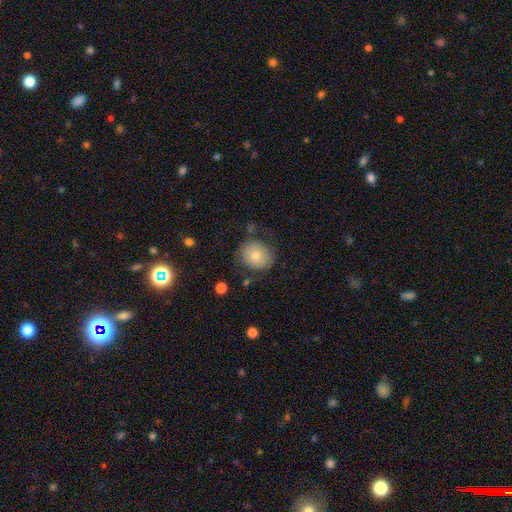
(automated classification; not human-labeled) Smooth or featured: smooth — 75% (featured or disk — 16%)
How rounded: round — 69% (in between — 30%)
Merging: none — 73% (minor disturbance — 18%)